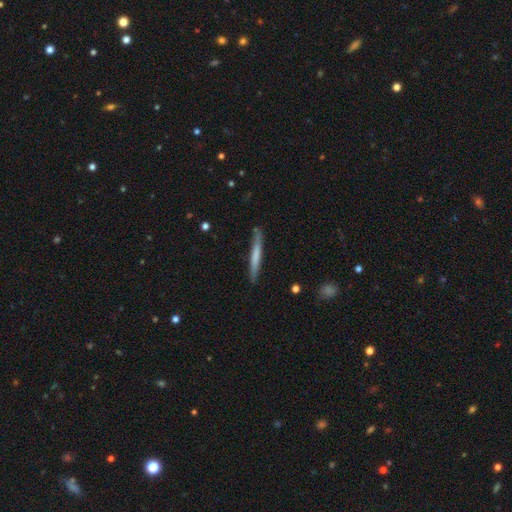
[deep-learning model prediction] The model was most divided on "smooth or featured": smooth: 60%, featured or disk: 35%, star or artifact: 5%. More confident: how rounded — cigar-shaped (96%); merging — none (85%).